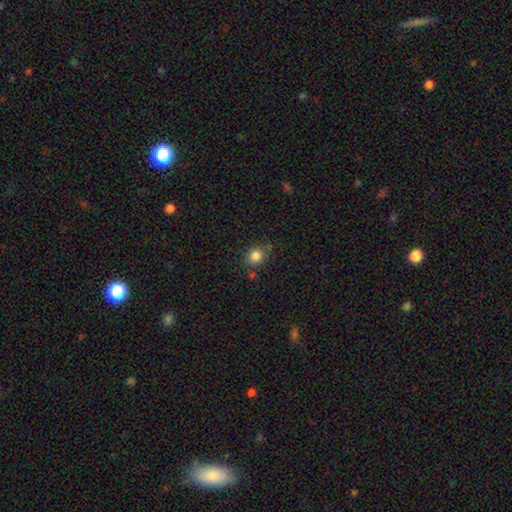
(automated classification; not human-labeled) smooth_or_featured: smooth (p=0.84) [alt: star or artifact p=0.11]
how_rounded: round (p=0.66) [alt: in between p=0.33]
merging: none (p=0.73) [alt: minor disturbance p=0.17]